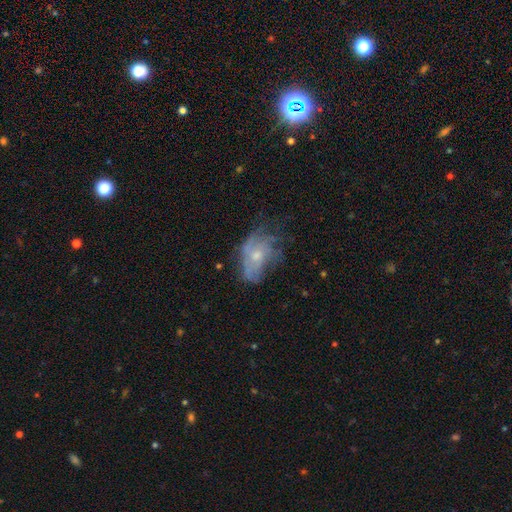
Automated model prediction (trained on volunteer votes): Smooth or featured: featured or disk — 60% (smooth — 30%)
Edge-on disk: no — 96% (yes — 4%)
Bar: no — 81% (weak — 16%)
Spiral arms: yes — 54% (no — 46%)
Bulge size: moderate — 46% (tied with small — 46%)
Merging: none — 41% (major disturbance — 29%)